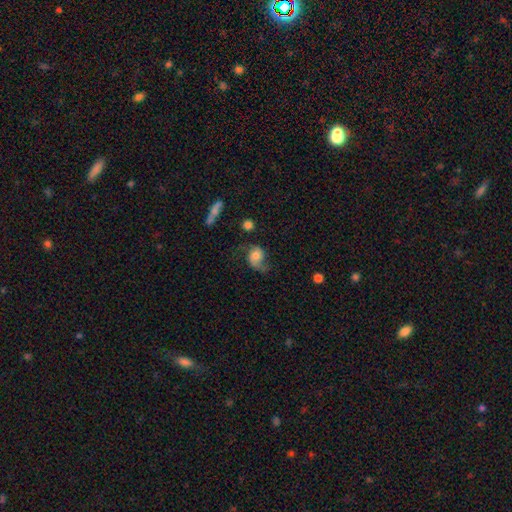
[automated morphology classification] Smooth or featured: featured or disk — 57% (smooth — 34%)
Edge-on disk: no — 97% (yes — 3%)
Bar: no — 71% (weak — 25%)
Spiral arms: yes — 89% (no — 11%)
Bulge size: moderate — 41% (large — 24%)
Merging: none — 46% (major disturbance — 25%)